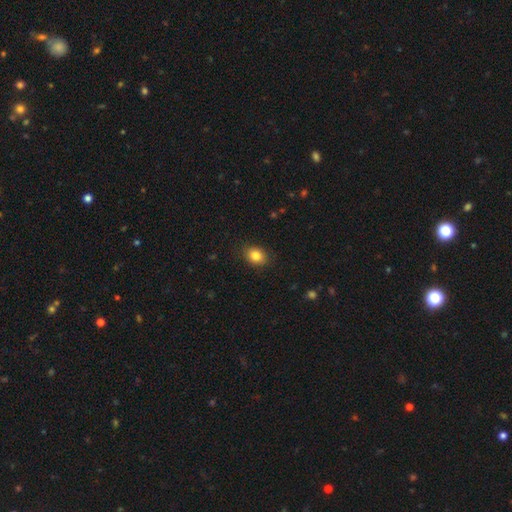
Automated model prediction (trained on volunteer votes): Q: Smooth or featured?
A: smooth (84%); runner-up: star or artifact (10%)
Q: How rounded?
A: in between (55%); runner-up: round (44%)
Q: Merging?
A: none (87%); runner-up: minor disturbance (10%)